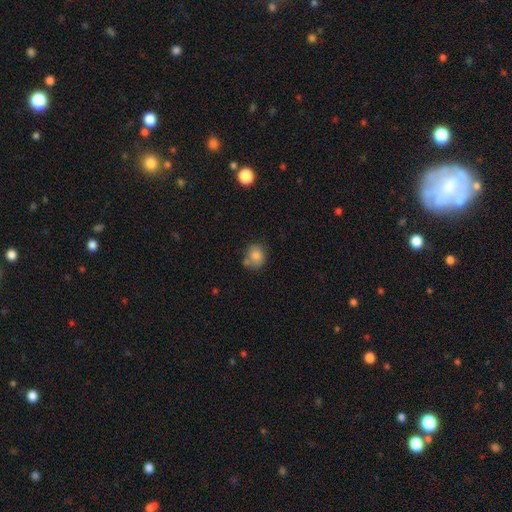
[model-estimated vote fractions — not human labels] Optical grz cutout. It shows a smooth galaxy with no disk features (82%) that is round (75%). Merging: none (57%).